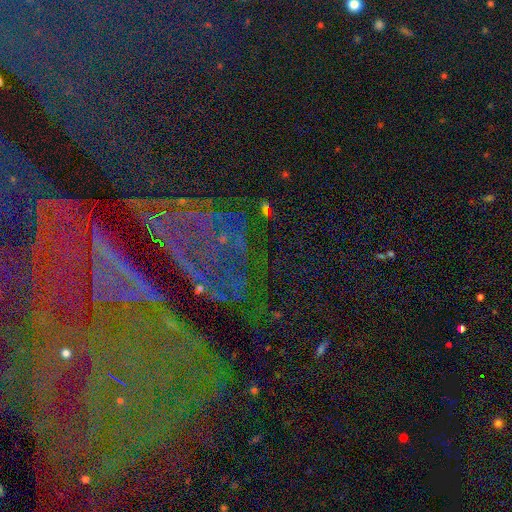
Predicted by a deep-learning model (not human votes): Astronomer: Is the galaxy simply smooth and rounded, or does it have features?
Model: star or artifact — 73%.